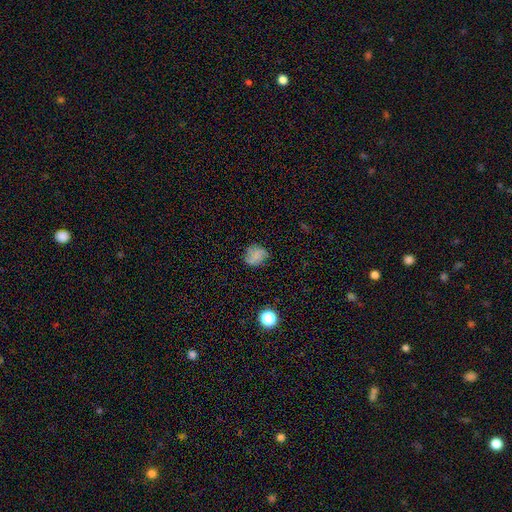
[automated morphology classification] smooth 75%, star or artifact 14%, featured or disk 11%. Down the decision tree: how rounded — round (70%); merging — none (73%).